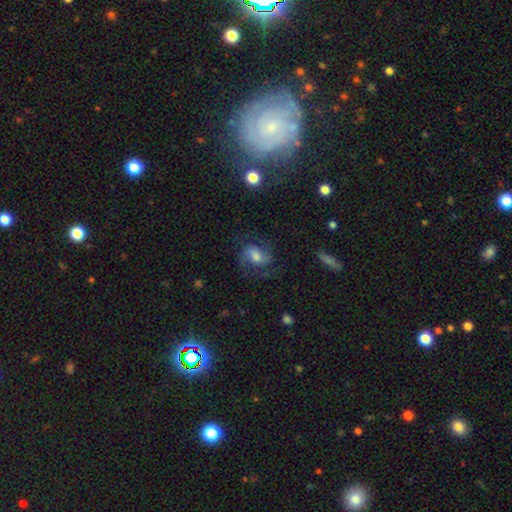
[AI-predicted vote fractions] featured or disk 73%, smooth 17%, star or artifact 9%. Down the decision tree: edge-on disk — no (97%); bar — weak (50%); spiral arms — yes (95%); spiral arm count — 2 (85%); spiral winding — medium (55%); bulge size — moderate (43%); merging — none (70%).